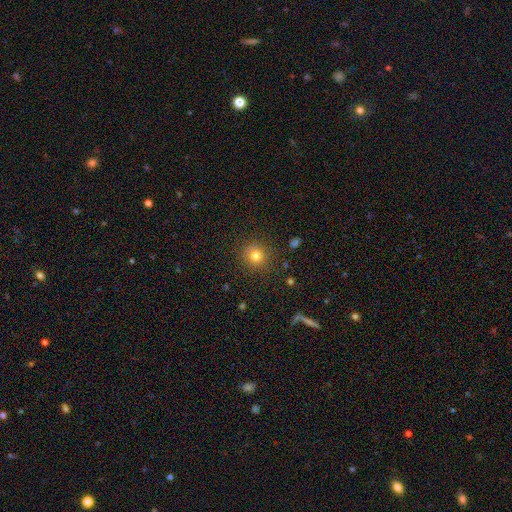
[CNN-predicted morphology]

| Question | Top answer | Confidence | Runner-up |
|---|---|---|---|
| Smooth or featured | smooth | 79% | star or artifact (14%) |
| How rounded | round | 91% | in between (8%) |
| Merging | none | 88% | minor disturbance (8%) |